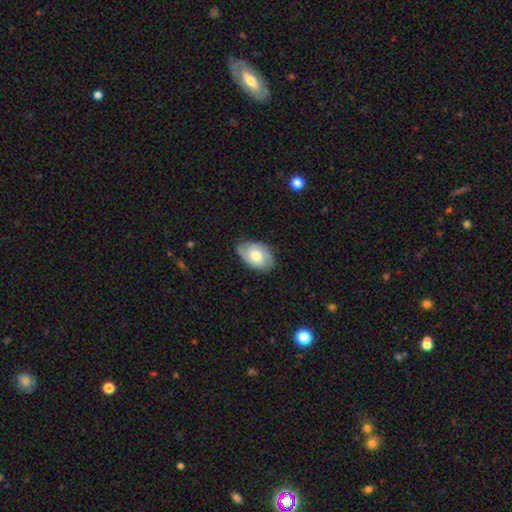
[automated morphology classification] A featured or disk galaxy (65%) with no bar (69%), 2 (51%) tight (49%) spiral arms (89%) and a moderate central bulge (67%).

Vote fractions:
- Smooth or featured? featured or disk: 65% / smooth: 28% / star or artifact: 6%
- Edge-on disk? no: 95% / yes: 5%
- Bar? no: 69% / weak: 27% / strong: 4%
- Spiral arms? yes: 89% / no: 11%
- Spiral winding? tight: 49% / medium: 40% / loose: 12%
- Spiral arm count? 2: 51% / can't tell: 20% / 3: 19% / 1: 4% / 4: 4% / more than 4: 3%
- Bulge size? moderate: 67% / small: 18% / large: 12% / none: 2% / dominant: 1%
- Merging? none: 78% / minor disturbance: 17% / major disturbance: 4% / merger: 1%